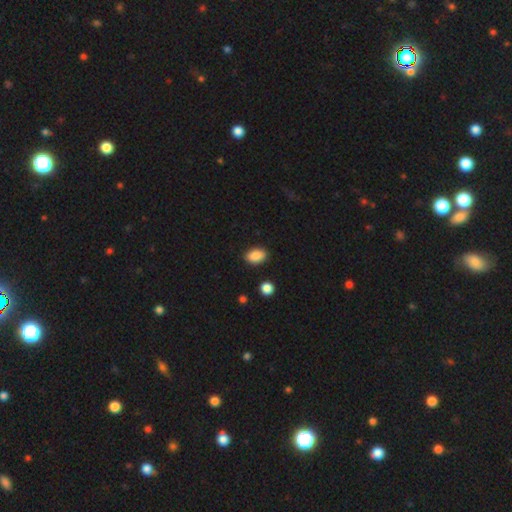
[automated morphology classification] Overall: smooth (88%). How rounded: in between (87%). Merging: none (88%).